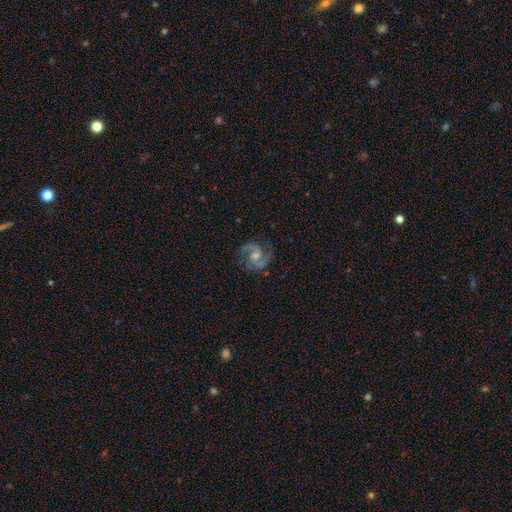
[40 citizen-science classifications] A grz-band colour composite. It shows a featured or disk galaxy (92%) with no bar (47%), 2 (94%) medium (56%) spiral arms (100%) and a moderate central bulge (69%). Merging: none (95%).